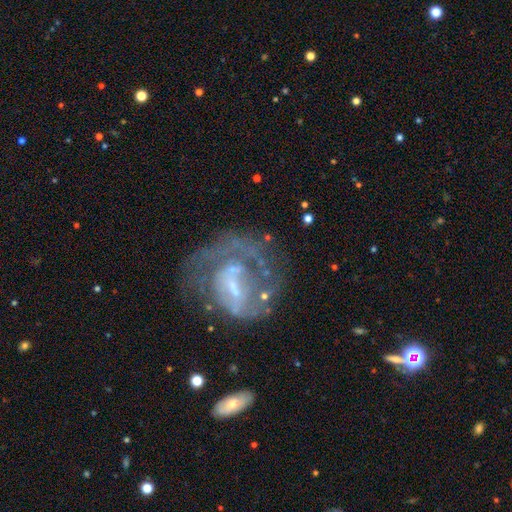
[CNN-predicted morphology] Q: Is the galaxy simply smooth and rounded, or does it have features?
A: featured or disk — 73%.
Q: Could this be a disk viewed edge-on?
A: no — 96%.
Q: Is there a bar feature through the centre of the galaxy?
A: weak — 44%.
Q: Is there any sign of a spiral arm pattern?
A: yes — 75%.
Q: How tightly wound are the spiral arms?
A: tight — 44%.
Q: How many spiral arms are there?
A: can't tell — 38%.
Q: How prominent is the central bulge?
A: small — 53%.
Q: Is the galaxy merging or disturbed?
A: none — 55%.